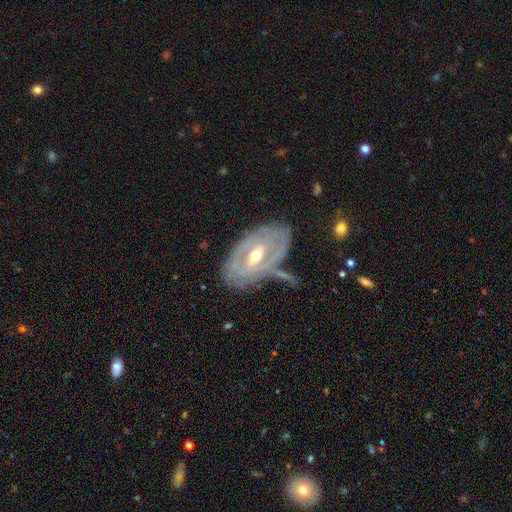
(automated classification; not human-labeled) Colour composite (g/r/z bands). It shows a featured or disk galaxy (80%) with a weak bar (46%), tight (66%) spiral arms (73%) and a moderate central bulge (64%). Merging: none (59%).